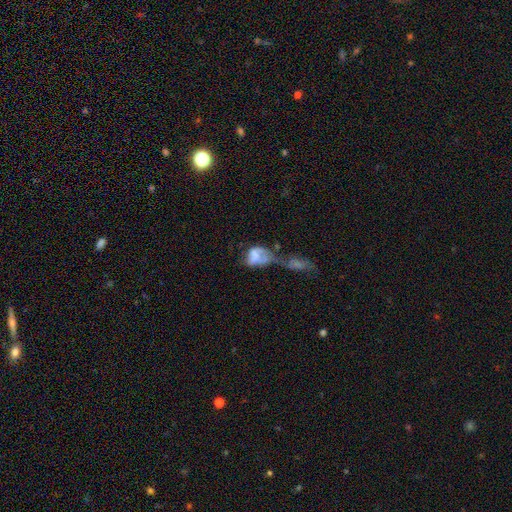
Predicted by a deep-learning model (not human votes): Morphology: type=smooth (54%); roundness=in between (80%); merging=merger (58%).